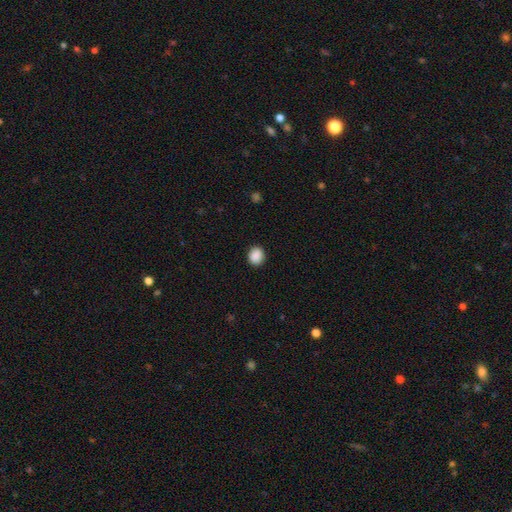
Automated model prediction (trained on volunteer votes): The model was most divided on "how rounded": round: 72%, in between: 27%, cigar-shaped: 1%. More confident: merging — none (90%); smooth or featured — smooth (90%).